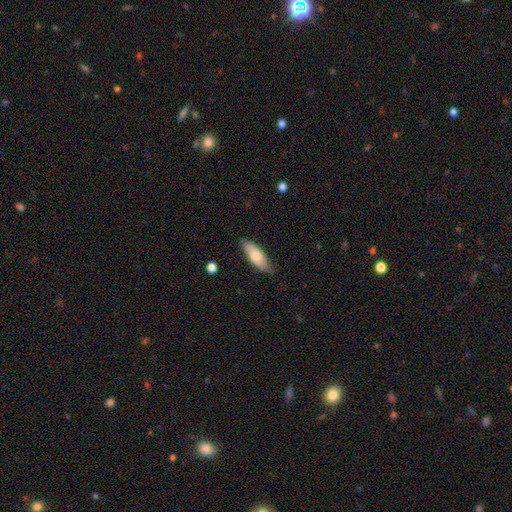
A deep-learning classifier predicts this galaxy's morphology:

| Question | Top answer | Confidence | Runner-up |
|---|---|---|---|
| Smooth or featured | smooth | 75% | featured or disk (19%) |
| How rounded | in between | 71% | cigar-shaped (27%) |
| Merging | none | 78% | minor disturbance (18%) |